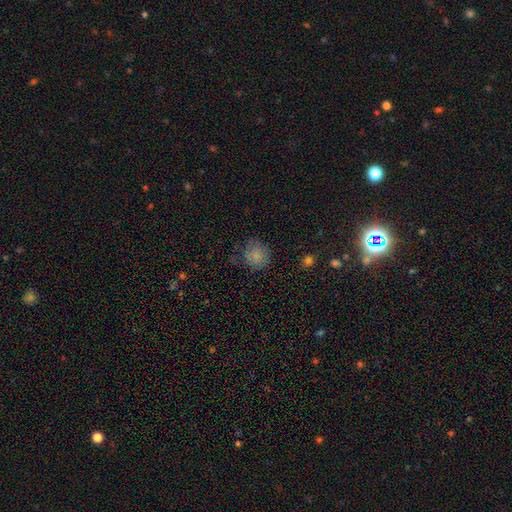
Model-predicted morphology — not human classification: type=smooth (80%); roundness=round (87%); merging=none (71%).